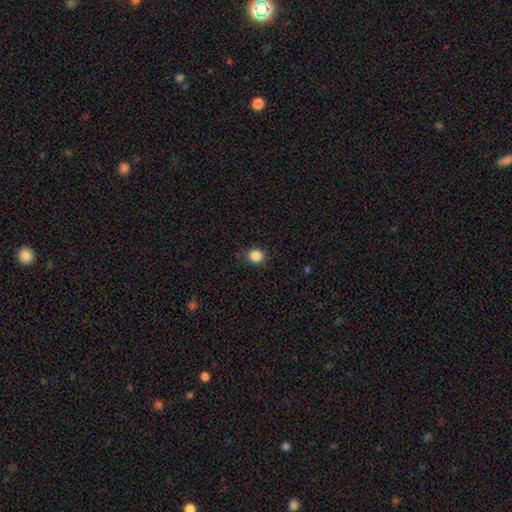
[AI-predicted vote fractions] Overall: smooth (87%). How rounded: round (81%). Merging: none (86%).